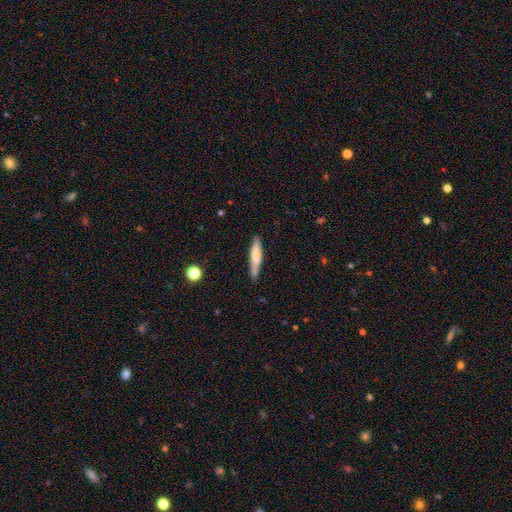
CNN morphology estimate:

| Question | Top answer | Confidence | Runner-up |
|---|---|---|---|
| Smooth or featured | smooth | 67% | featured or disk (27%) |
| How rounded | cigar-shaped | 88% | in between (11%) |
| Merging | none | 77% | minor disturbance (17%) |